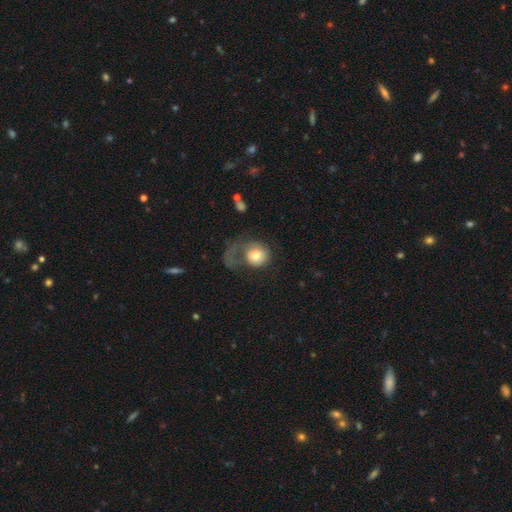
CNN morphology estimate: smooth_or_featured: smooth (p=0.69) [alt: featured or disk p=0.24]
how_rounded: round (p=0.79) [alt: in between p=0.20]
merging: major disturbance (p=0.58) [alt: none p=0.23]